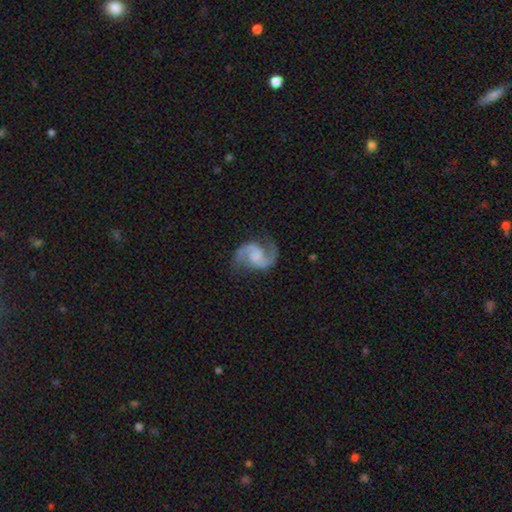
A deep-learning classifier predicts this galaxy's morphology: A featured or disk galaxy (92%) with no bar (51%), 2 (94%) medium (56%) spiral arms (98%) and no central bulge (44%). Merging: none (78%).